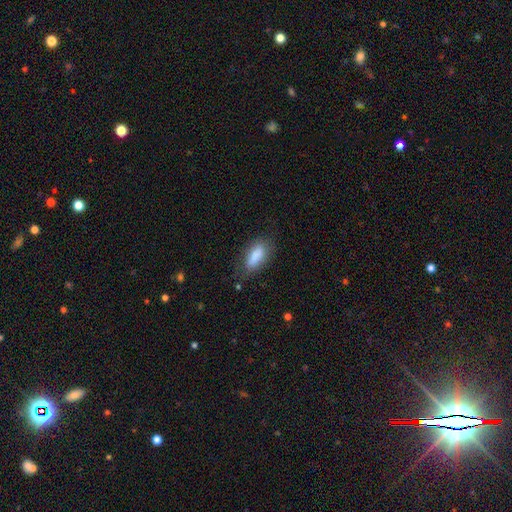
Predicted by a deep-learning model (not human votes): The model was most divided on "merging": none: 71%, minor disturbance: 20%, major disturbance: 7%, merger: 2%. More confident: smooth or featured — smooth (85%); how rounded — in between (77%).